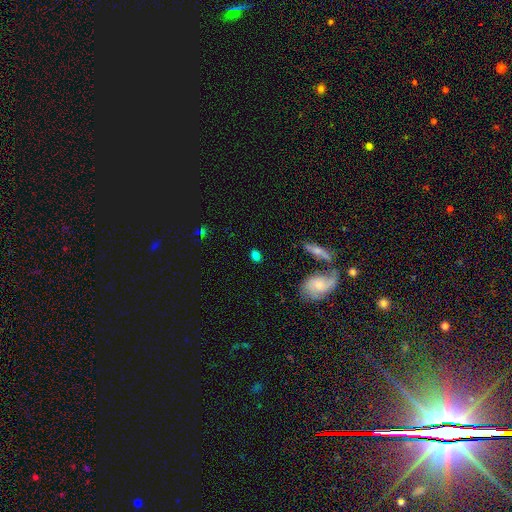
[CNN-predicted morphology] Smooth or featured? Predicted: smooth (p=0.75). How rounded? Predicted: in between (p=0.71). Merging? Predicted: none (p=0.81).